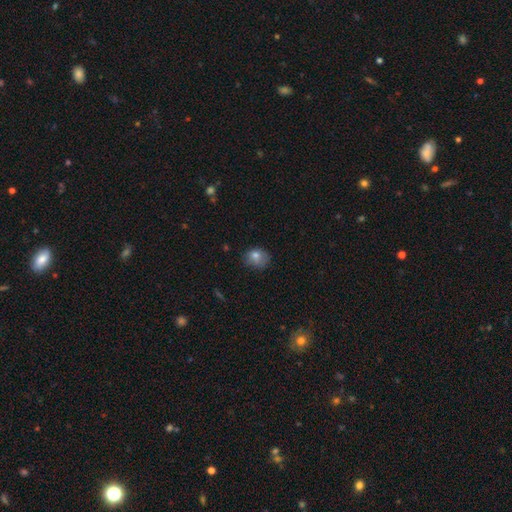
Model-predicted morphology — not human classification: Smooth or featured?
  - smooth: 77% *
  - featured or disk: 12%
  - star or artifact: 11%
How rounded?
  - round: 60% *
  - in between: 39%
  - cigar-shaped: 1%
Merging?
  - none: 61% *
  - minor disturbance: 29%
  - major disturbance: 9%
  - merger: 2%